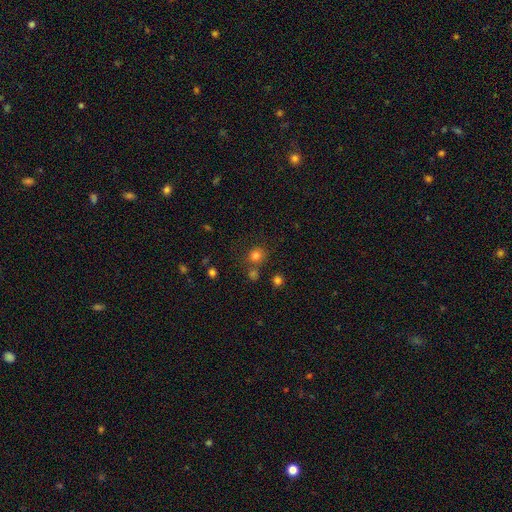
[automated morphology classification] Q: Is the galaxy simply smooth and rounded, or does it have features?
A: smooth — 77%.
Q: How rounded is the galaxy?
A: round — 87%.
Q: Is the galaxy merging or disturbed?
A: none — 73%.